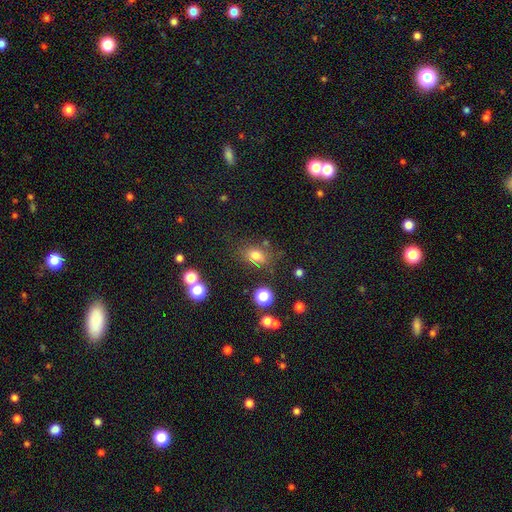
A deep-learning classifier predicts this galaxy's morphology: smooth_or_featured: smooth (p=0.72) [alt: star or artifact p=0.17]
how_rounded: in between (p=0.65) [alt: round p=0.34]
merging: none (p=0.70) [alt: minor disturbance p=0.16]